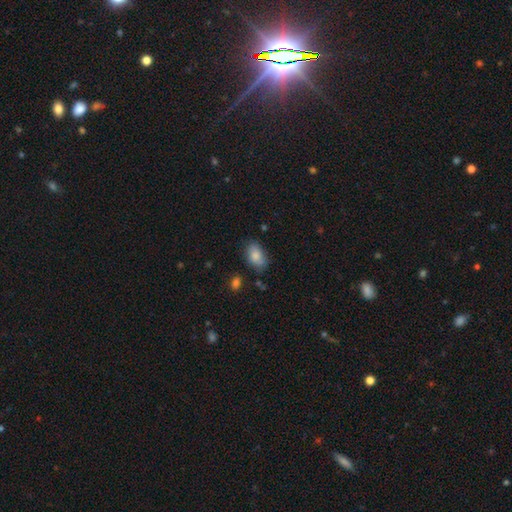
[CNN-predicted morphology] Q: Smooth or featured?
A: smooth (83%); runner-up: featured or disk (9%)
Q: How rounded?
A: in between (89%); runner-up: round (9%)
Q: Merging?
A: none (70%); runner-up: minor disturbance (22%)